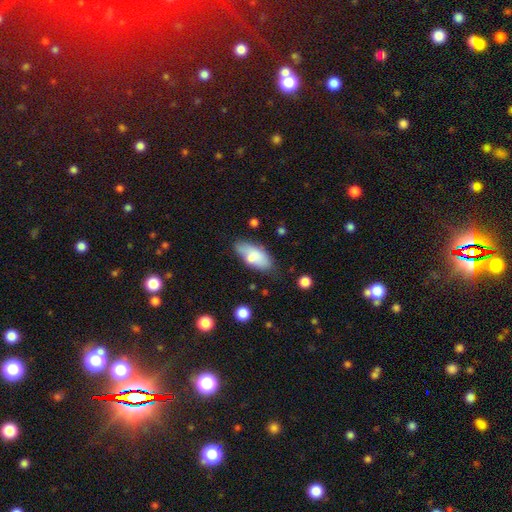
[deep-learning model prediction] Smooth or featured: smooth — 76% (featured or disk — 18%)
How rounded: in between — 88% (cigar-shaped — 9%)
Merging: none — 63% (minor disturbance — 22%)